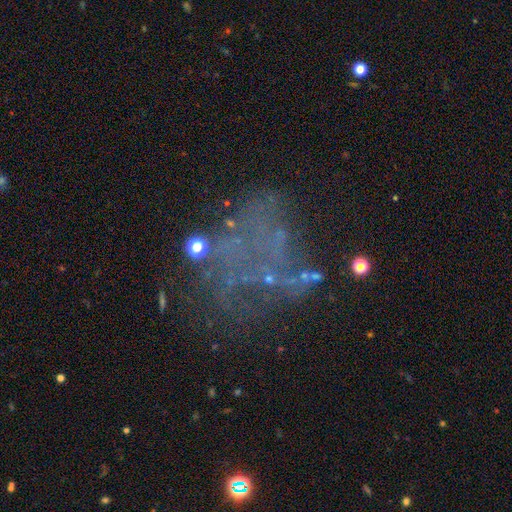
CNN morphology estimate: smooth_or_featured: star or artifact (p=0.41) [tied with: featured or disk p=0.41]